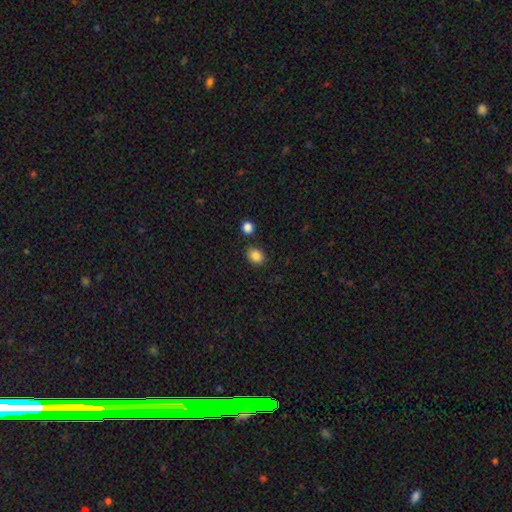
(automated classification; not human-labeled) A smooth galaxy with no disk features (86%) that is in between round and cigar-shaped (51%).

Vote fractions:
- Smooth or featured? smooth: 86% / star or artifact: 10% / featured or disk: 4%
- How rounded? in between: 51% / round: 48% / cigar-shaped: 1%
- Merging? none: 84% / minor disturbance: 9% / merger: 5% / major disturbance: 3%